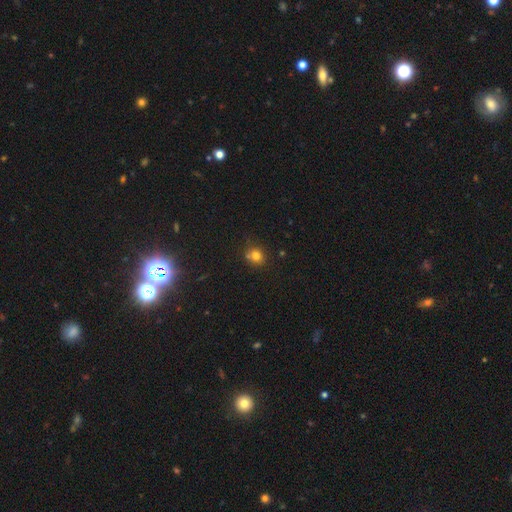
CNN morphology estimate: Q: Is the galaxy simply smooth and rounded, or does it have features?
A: smooth — 76%.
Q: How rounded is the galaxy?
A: round — 79%.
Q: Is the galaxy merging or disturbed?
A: none — 69%.